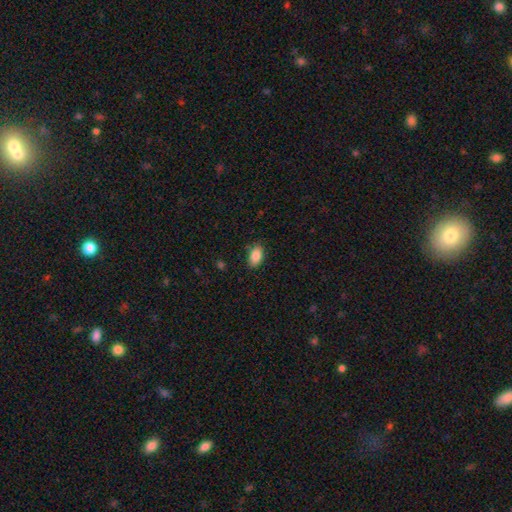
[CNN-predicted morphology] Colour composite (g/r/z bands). It shows a smooth galaxy with no disk features (86%) that is in between round and cigar-shaped (91%). Merging: none (84%).